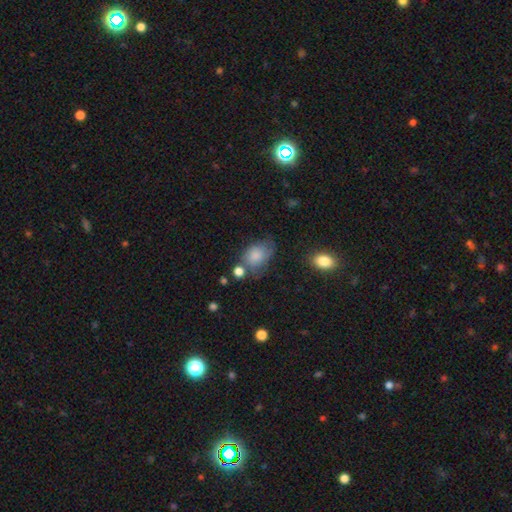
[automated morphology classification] Smooth or featured? Predicted: smooth (p=0.75). How rounded? Predicted: in between (p=0.78). Merging? Predicted: none (p=0.43).